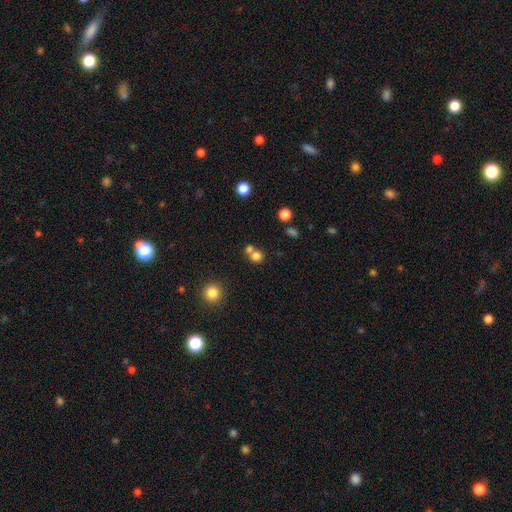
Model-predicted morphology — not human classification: This appears to be a smooth galaxy with no disk features (77%) that is round (85%). Merging: none (48%).